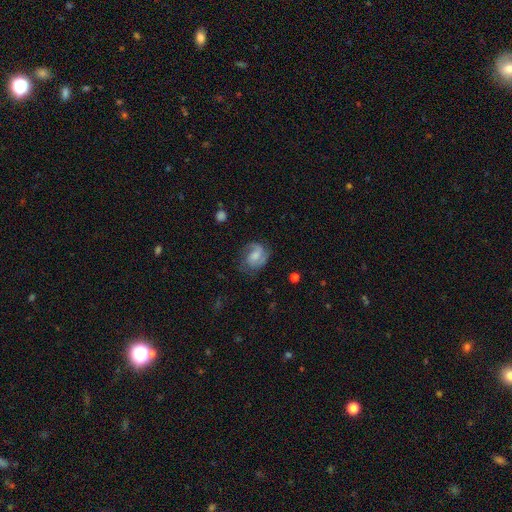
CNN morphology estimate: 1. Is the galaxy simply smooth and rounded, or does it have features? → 65% featured or disk, 28% smooth, 7% star or artifact.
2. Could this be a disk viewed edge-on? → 97% no, 3% yes.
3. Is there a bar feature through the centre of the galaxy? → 48% no, 42% weak, 10% strong.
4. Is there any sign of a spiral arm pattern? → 91% yes, 9% no.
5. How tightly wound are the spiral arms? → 47% medium, 27% loose, 26% tight.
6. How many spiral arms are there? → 63% 2, 18% 1, 11% can't tell, 5% 3, 1% 4, 1% more than 4.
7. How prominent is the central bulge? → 39% moderate, 37% small, 14% none, 8% large, 2% dominant.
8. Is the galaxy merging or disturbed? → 62% none, 22% minor disturbance, 15% major disturbance, 2% merger.